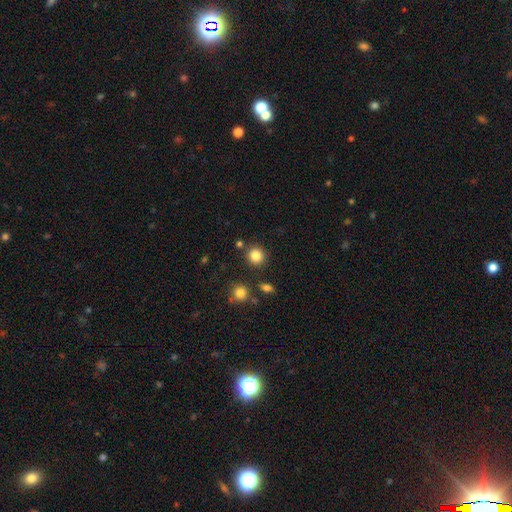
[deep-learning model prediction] smooth 85%, star or artifact 11%, featured or disk 5%. Down the decision tree: how rounded — round (89%); merging — none (84%).